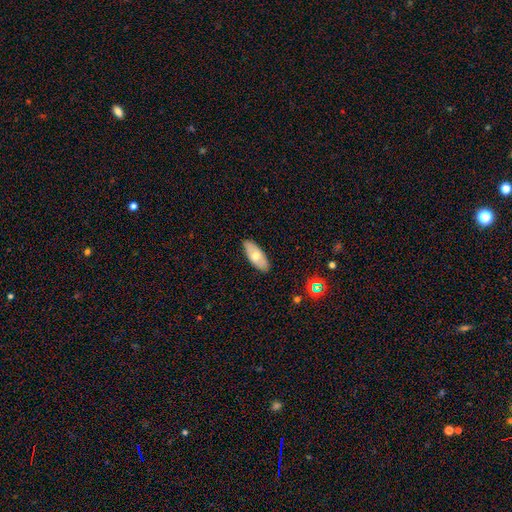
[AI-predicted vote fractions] smooth-or-featured: smooth: 65% | featured or disk: 28% | star or artifact: 6%
  how-rounded: in between: 85% | cigar-shaped: 13% | round: 2%
  merging: none: 88% | minor disturbance: 9% | major disturbance: 2% | merger: 1%